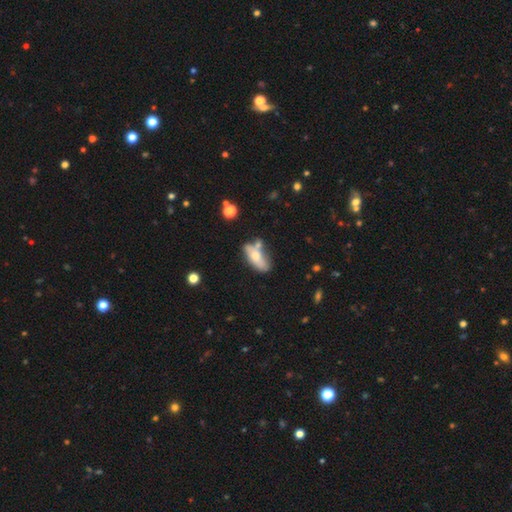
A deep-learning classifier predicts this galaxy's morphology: A smooth galaxy with no disk features (61%) that is in between round and cigar-shaped (72%).

Vote fractions:
- Smooth or featured? smooth: 61% / featured or disk: 31% / star or artifact: 7%
- How rounded? in between: 72% / cigar-shaped: 25% / round: 4%
- Merging? none: 45% / merger: 24% / minor disturbance: 22% / major disturbance: 9%